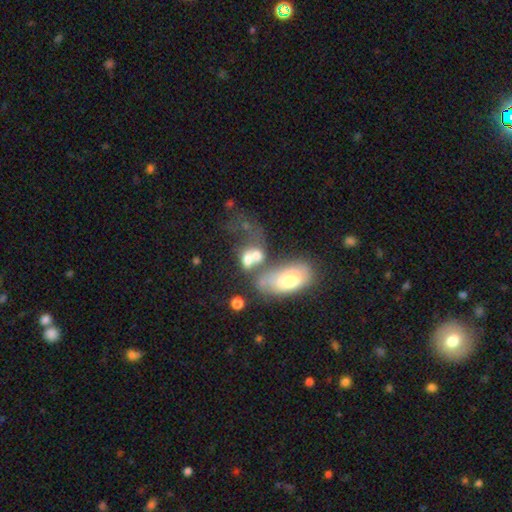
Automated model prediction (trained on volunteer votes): This is possibly a smooth galaxy (59%). How rounded: likely in between (71%). Merging: possibly merger (60%).